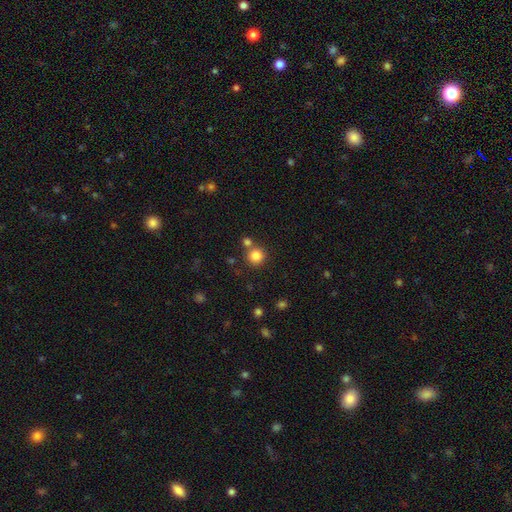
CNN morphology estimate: type=smooth (83%); roundness=round (93%); merging=none (71%).